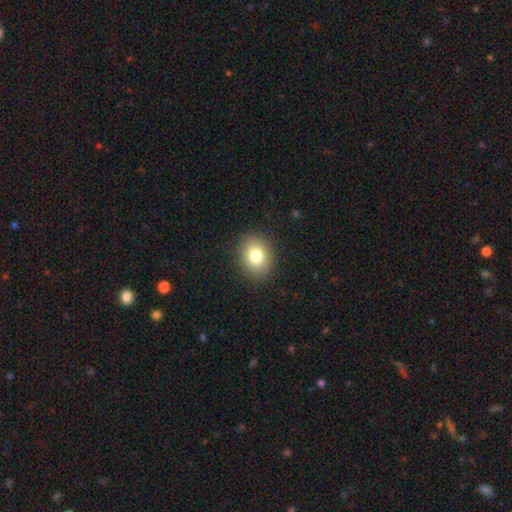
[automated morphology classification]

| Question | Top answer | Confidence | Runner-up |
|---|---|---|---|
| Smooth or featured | smooth | 80% | star or artifact (11%) |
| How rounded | round | 60% | in between (40%) |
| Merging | none | 89% | minor disturbance (7%) |